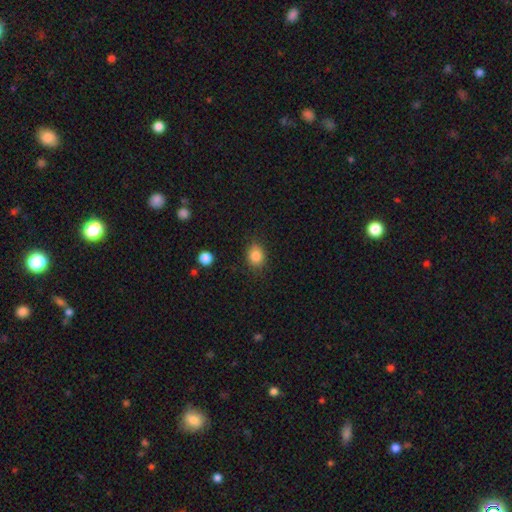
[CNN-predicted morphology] Smooth or featured? Predicted: smooth (p=0.84). How rounded? Predicted: round (p=0.53). Merging? Predicted: none (p=0.80).